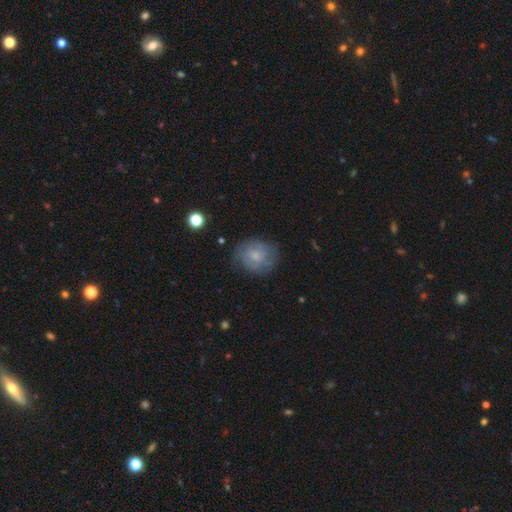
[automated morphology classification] This is possibly a smooth galaxy (57%). How rounded: likely round (71%). Merging: likely none (72%).